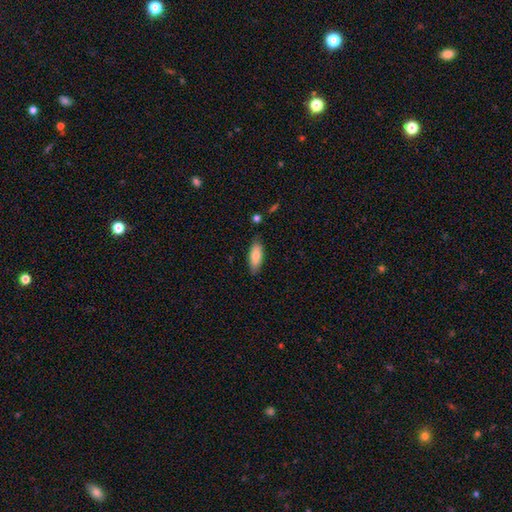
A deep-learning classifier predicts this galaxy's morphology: Overall: smooth (83%). How rounded: in between (78%). Merging: none (82%).